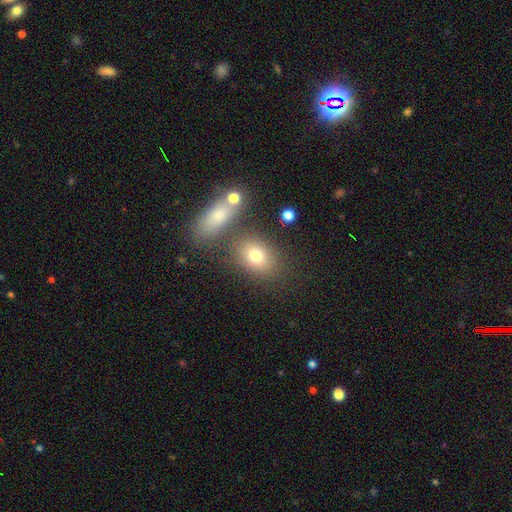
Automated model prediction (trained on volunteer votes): Smooth or featured: smooth — 75% (star or artifact — 13%)
How rounded: in between — 62% (round — 35%)
Merging: none — 73% (minor disturbance — 11%)